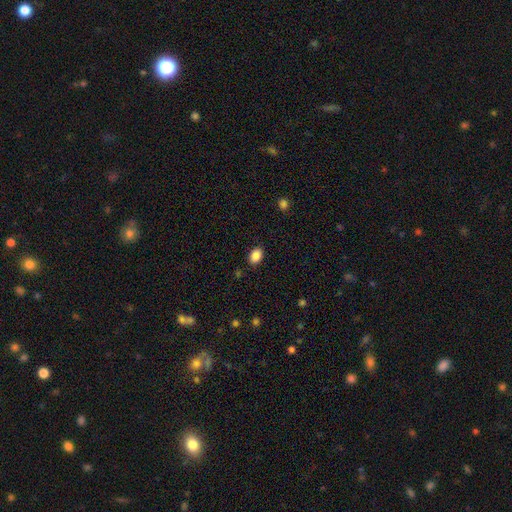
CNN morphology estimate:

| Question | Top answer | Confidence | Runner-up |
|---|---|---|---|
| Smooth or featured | smooth | 88% | star or artifact (9%) |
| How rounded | in between | 80% | round (19%) |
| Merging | none | 86% | minor disturbance (10%) |